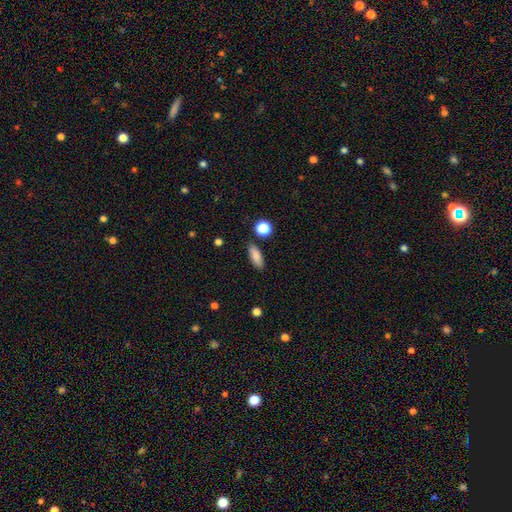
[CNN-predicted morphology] This appears to be a smooth galaxy with no disk features (85%) that is in between round and cigar-shaped (74%). Merging: none (86%).